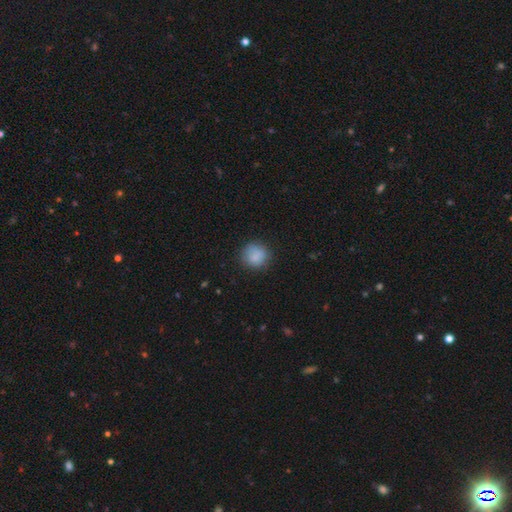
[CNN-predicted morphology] smooth 85%, star or artifact 9%, featured or disk 6%. Down the decision tree: how rounded — round (87%); merging — none (80%).